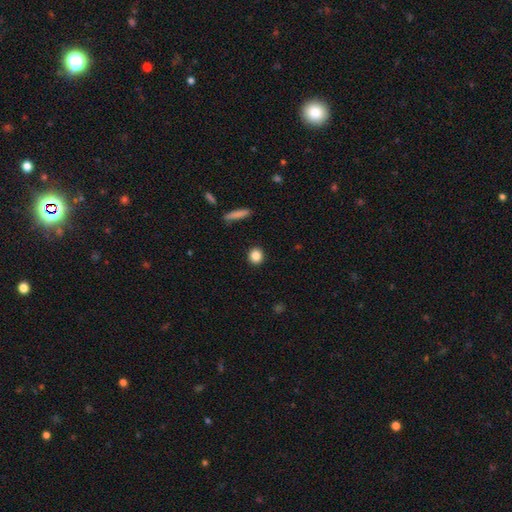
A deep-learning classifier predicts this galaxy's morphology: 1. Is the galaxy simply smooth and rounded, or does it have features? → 86% smooth, 9% star or artifact, 5% featured or disk.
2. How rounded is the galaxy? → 83% round, 15% in between, 2% cigar-shaped.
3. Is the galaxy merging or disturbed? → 92% none, 5% minor disturbance, 2% major disturbance, 1% merger.